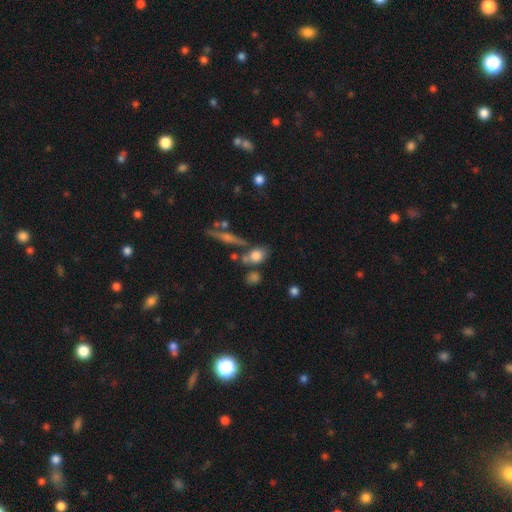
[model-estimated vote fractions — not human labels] The model was most divided on "how rounded": in between: 54%, round: 39%, cigar-shaped: 6%. More confident: smooth or featured — smooth (73%); merging — none (55%).